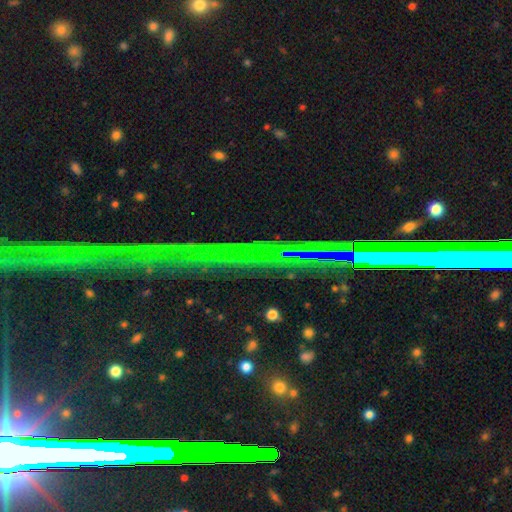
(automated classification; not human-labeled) Smooth or featured: star or artifact — 73% (featured or disk — 15%)